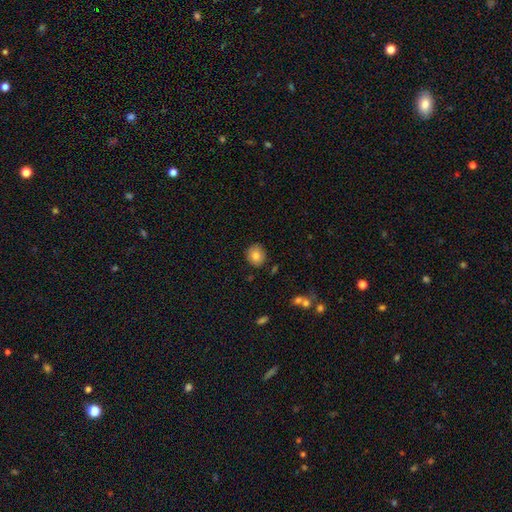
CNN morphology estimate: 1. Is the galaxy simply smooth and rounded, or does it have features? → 82% smooth, 9% featured or disk, 9% star or artifact.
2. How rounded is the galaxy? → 74% round, 26% in between, 1% cigar-shaped.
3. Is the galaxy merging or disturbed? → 86% none, 10% minor disturbance, 2% major disturbance, 2% merger.